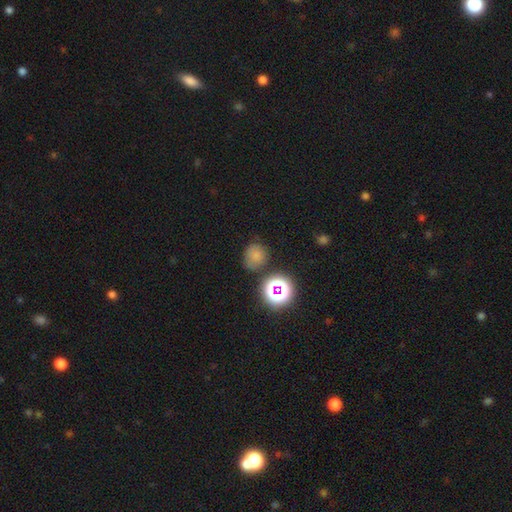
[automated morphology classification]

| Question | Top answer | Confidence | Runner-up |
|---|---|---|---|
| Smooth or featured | smooth | 71% | star or artifact (21%) |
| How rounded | round | 77% | in between (22%) |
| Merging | none | 71% | minor disturbance (17%) |